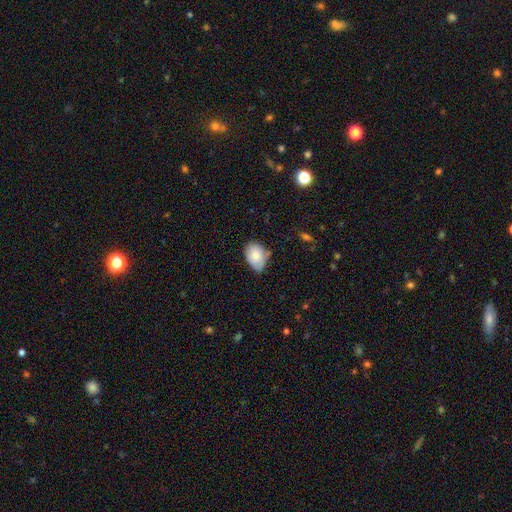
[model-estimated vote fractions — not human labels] Smooth or featured?
  - smooth: 81% *
  - featured or disk: 12%
  - star or artifact: 7%
How rounded?
  - in between: 82% *
  - round: 17%
  - cigar-shaped: 1%
Merging?
  - none: 54% *
  - minor disturbance: 37%
  - major disturbance: 6%
  - merger: 3%